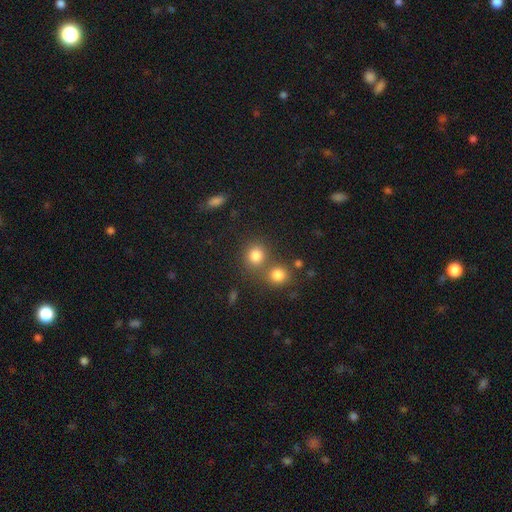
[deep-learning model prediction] Smooth or featured?
  - smooth: 81% *
  - star or artifact: 12%
  - featured or disk: 7%
How rounded?
  - round: 83% *
  - in between: 15%
  - cigar-shaped: 1%
Merging?
  - none: 57% *
  - merger: 31%
  - minor disturbance: 8%
  - major disturbance: 4%